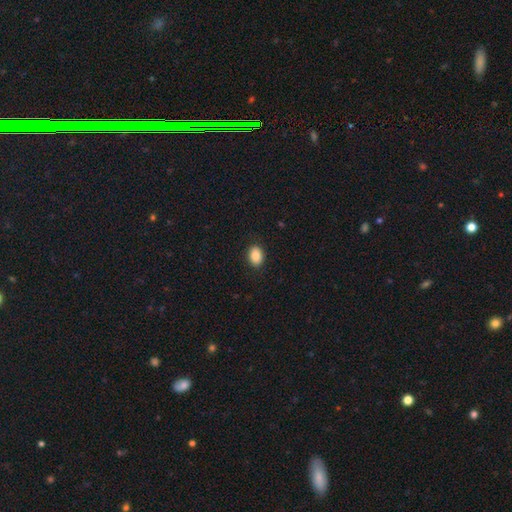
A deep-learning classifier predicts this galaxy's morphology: smooth-or-featured: smooth: 88% | star or artifact: 8% | featured or disk: 4%
  how-rounded: in between: 73% | round: 26% | cigar-shaped: 1%
  merging: none: 89% | minor disturbance: 8% | major disturbance: 2% | merger: 1%